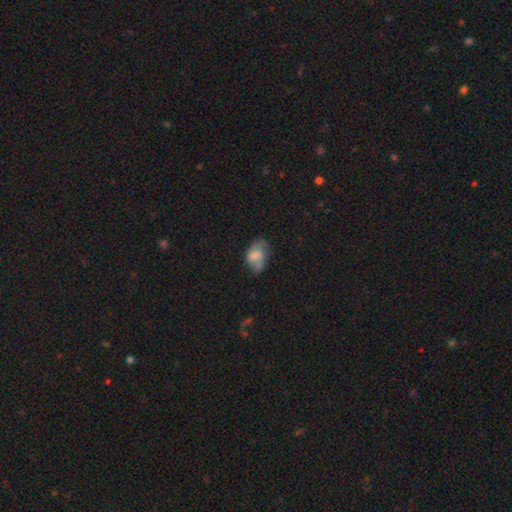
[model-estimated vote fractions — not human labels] Smooth or featured: smooth — 62% (featured or disk — 28%)
How rounded: in between — 86% (round — 12%)
Merging: none — 39% (minor disturbance — 32%)